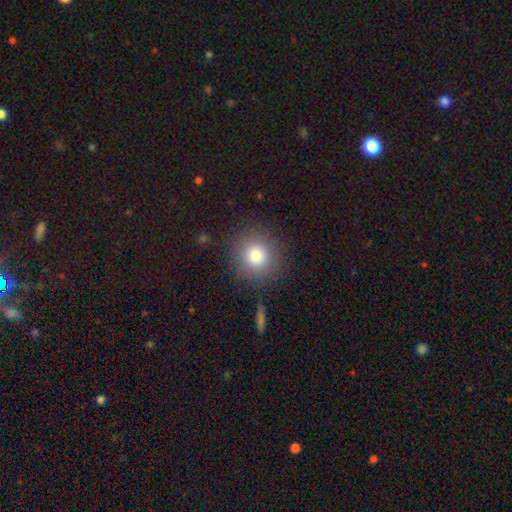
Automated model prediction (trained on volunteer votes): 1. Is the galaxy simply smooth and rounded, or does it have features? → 80% smooth, 11% star or artifact, 9% featured or disk.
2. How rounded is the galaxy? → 92% round, 7% in between, 1% cigar-shaped.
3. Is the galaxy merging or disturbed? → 87% none, 8% minor disturbance, 3% major disturbance, 2% merger.